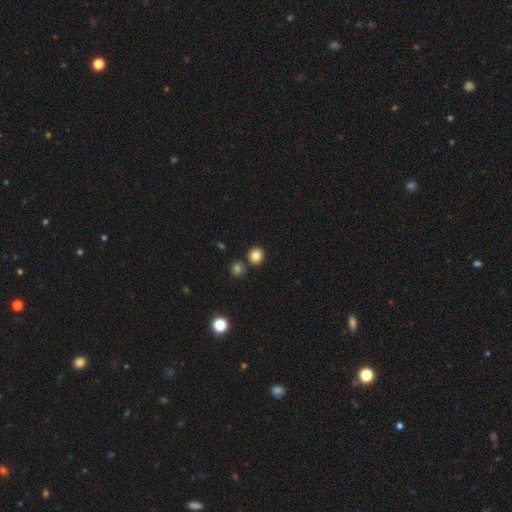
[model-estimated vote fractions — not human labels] This is clearly a smooth galaxy (83%). How rounded: likely round (80%). Merging: likely none (79%).